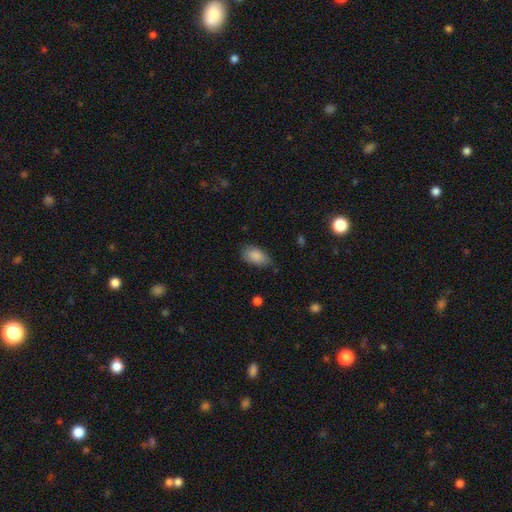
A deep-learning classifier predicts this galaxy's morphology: smooth_or_featured: smooth (p=0.87) [alt: star or artifact p=0.07]
how_rounded: in between (p=0.93) [alt: round p=0.05]
merging: none (p=0.68) [alt: minor disturbance p=0.26]